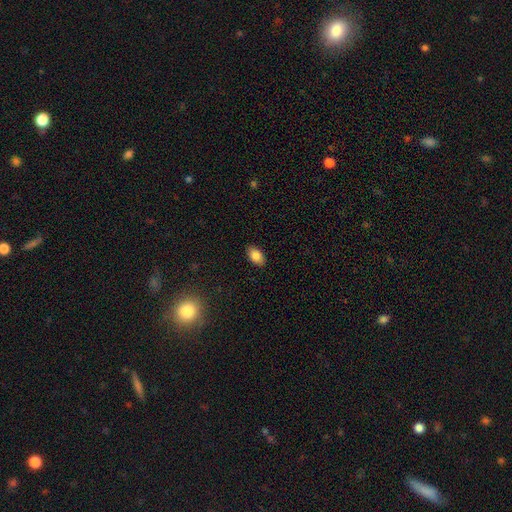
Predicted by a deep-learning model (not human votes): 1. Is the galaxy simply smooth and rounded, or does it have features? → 85% smooth, 8% star or artifact, 7% featured or disk.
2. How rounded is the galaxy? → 92% in between, 7% round, 2% cigar-shaped.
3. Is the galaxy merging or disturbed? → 88% none, 9% minor disturbance, 2% major disturbance, 1% merger.